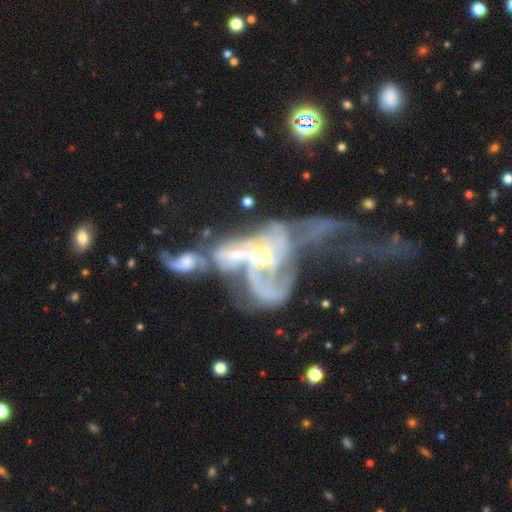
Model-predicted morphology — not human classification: A featured or disk galaxy (81%) with no bar (62%), loose (40%) spiral arms (75%) and a moderate central bulge (65%). Merging: merger (71%).